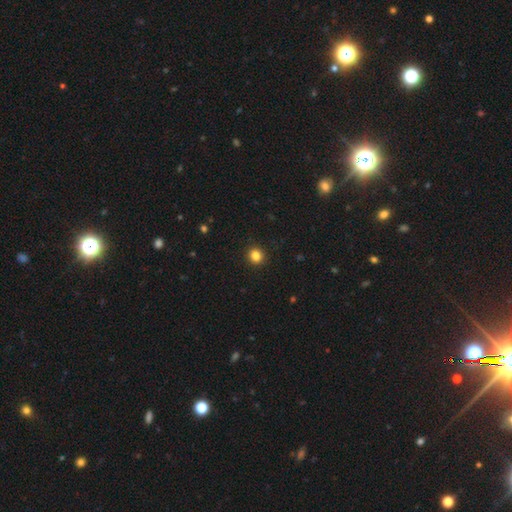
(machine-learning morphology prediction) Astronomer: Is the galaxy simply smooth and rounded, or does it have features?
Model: smooth — 84%.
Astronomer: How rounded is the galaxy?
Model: round — 88%.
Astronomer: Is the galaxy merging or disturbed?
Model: none — 92%.